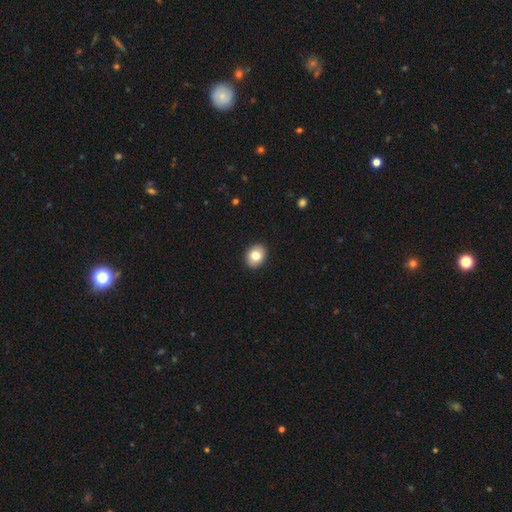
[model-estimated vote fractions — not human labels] Q: Smooth or featured?
A: smooth (81%); runner-up: featured or disk (11%)
Q: How rounded?
A: in between (54%); runner-up: round (45%)
Q: Merging?
A: none (92%); runner-up: minor disturbance (6%)